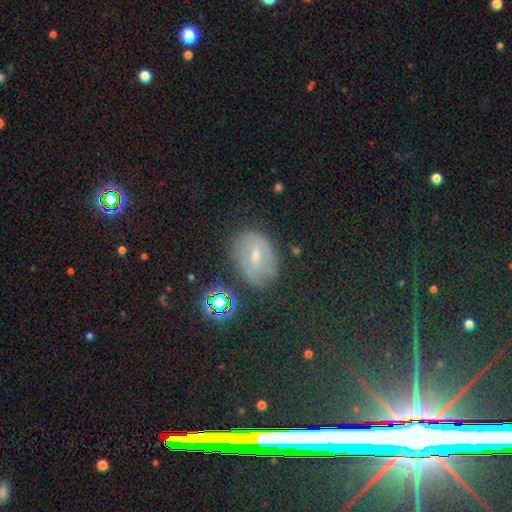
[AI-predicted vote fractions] Smooth or featured?
  - featured or disk: 41% *
  - smooth: 34%
  - star or artifact: 25%
Merging?
  - none: 68% *
  - minor disturbance: 21%
  - major disturbance: 8%
  - merger: 3%